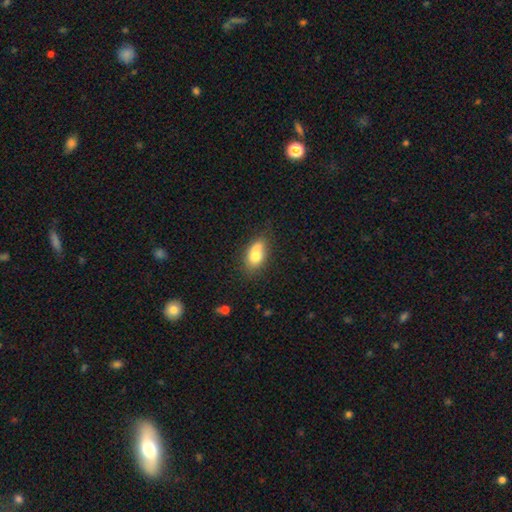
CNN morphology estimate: The model was most divided on "merging": none: 48%, minor disturbance: 23%, merger: 22%, major disturbance: 7%. More confident: how rounded — in between (82%); smooth or featured — smooth (73%).